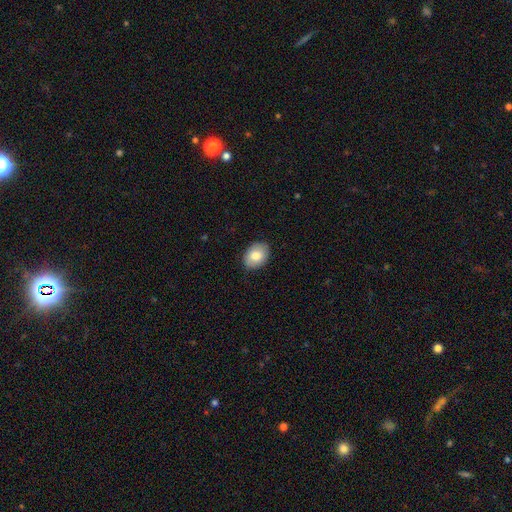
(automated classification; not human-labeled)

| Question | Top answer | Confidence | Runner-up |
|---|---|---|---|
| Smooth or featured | smooth | 79% | featured or disk (14%) |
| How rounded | in between | 75% | round (24%) |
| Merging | none | 86% | minor disturbance (11%) |